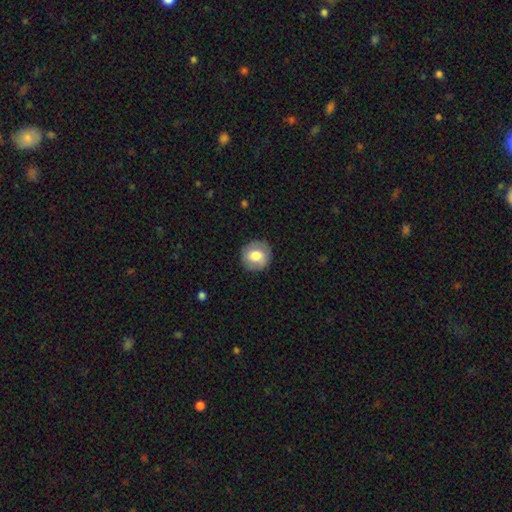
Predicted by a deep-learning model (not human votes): Smooth or featured? Predicted: smooth (p=0.71). How rounded? Predicted: round (p=0.88). Merging? Predicted: none (p=0.86).